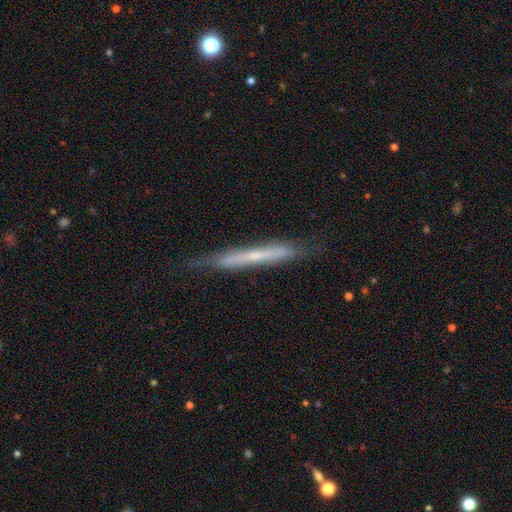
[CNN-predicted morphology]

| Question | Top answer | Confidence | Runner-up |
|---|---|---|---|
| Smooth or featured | featured or disk | 57% | smooth (36%) |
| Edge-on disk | yes | 91% | no (9%) |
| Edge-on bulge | none | 74% | rounded (22%) |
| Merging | none | 76% | minor disturbance (19%) |